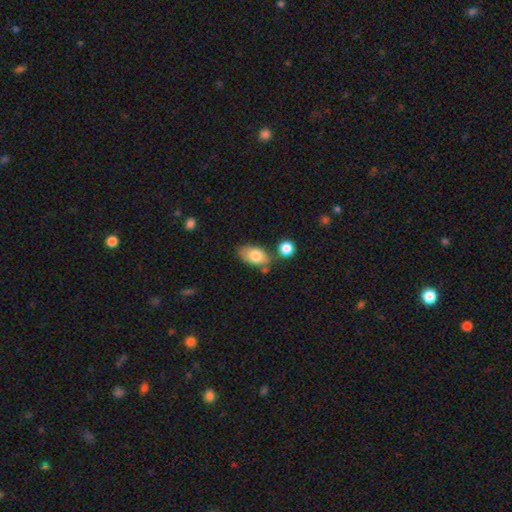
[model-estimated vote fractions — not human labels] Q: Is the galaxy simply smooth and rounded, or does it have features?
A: smooth — 79%.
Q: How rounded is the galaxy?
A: in between — 91%.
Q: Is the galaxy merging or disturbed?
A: none — 64%.